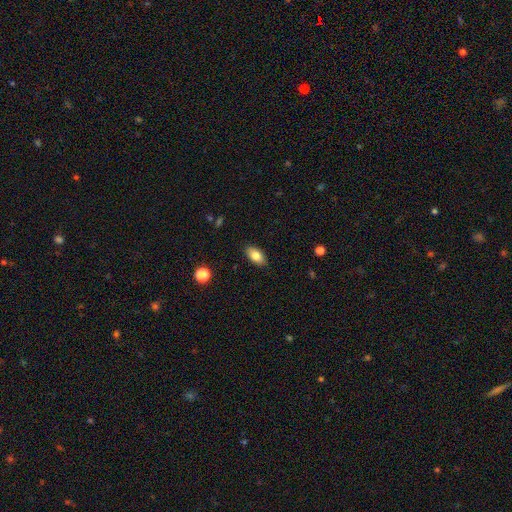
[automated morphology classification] A smooth galaxy with no disk features (82%) that is in between round and cigar-shaped (92%). Merging: none (87%).